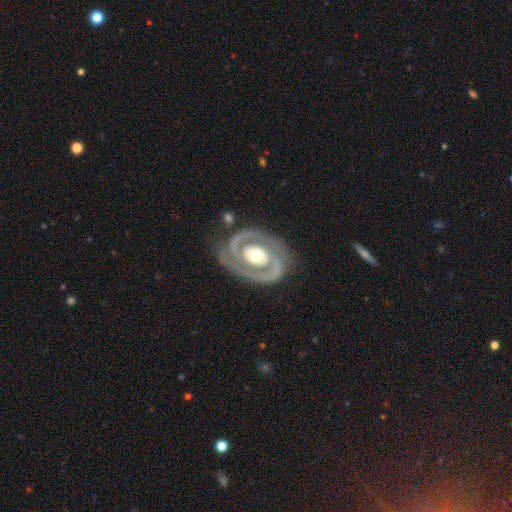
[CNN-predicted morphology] type=featured or disk (86%); edge-on=no (96%); bar=no (55%); spiral arms=yes (87%); winding=tight (54%); arm count=2 (78%); bulge=moderate (68%); merging=none (74%).